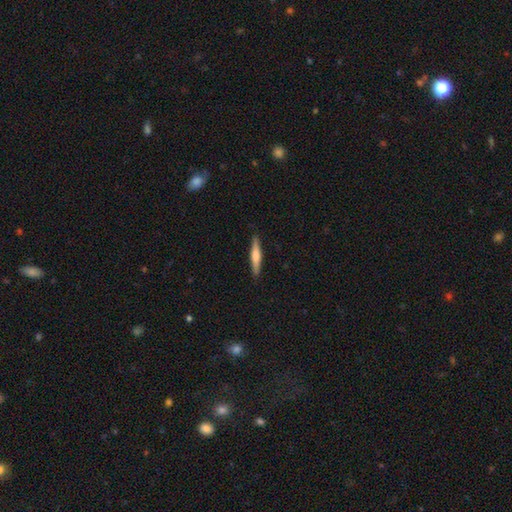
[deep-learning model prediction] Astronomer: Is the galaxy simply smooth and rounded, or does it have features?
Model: smooth — 54% (runner-up: featured or disk, 41%).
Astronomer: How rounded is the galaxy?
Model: cigar-shaped — 90%.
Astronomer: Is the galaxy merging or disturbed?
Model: none — 90%.